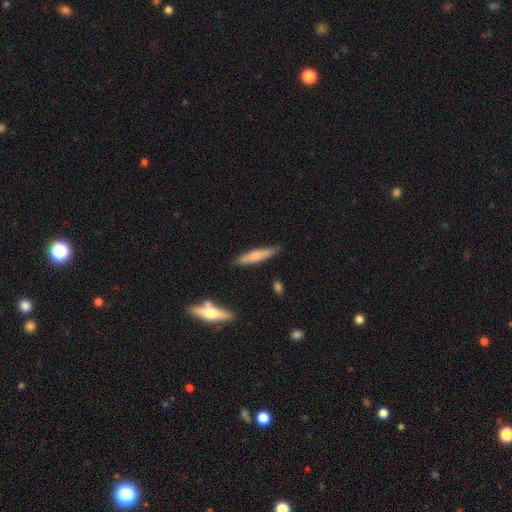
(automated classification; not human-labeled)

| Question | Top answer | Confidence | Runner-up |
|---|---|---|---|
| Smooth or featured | smooth | 67% | featured or disk (27%) |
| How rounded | cigar-shaped | 85% | in between (14%) |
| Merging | none | 81% | minor disturbance (14%) |